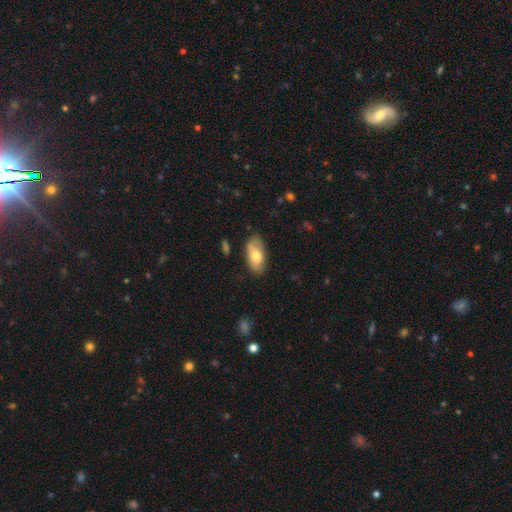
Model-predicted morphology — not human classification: Smooth or featured? Predicted: smooth (p=0.72). How rounded? Predicted: in between (p=0.92). Merging? Predicted: none (p=0.74).